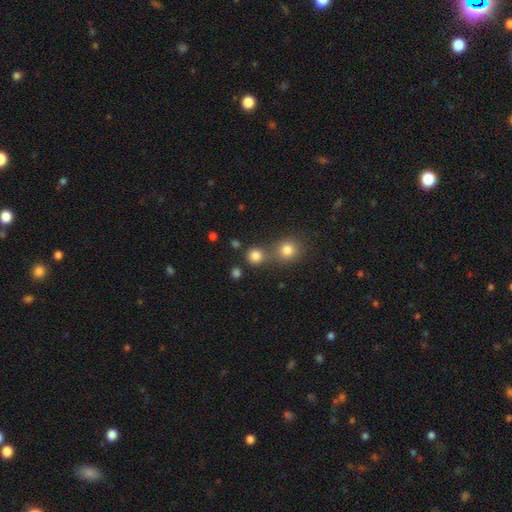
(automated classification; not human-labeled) Q: Smooth or featured?
A: smooth (82%); runner-up: star or artifact (13%)
Q: How rounded?
A: round (90%); runner-up: in between (9%)
Q: Merging?
A: none (62%); runner-up: merger (28%)